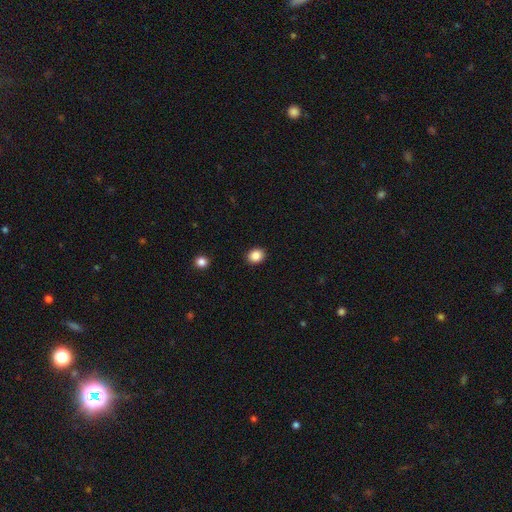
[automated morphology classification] Overall: smooth (87%). How rounded: round (61%; in between 38%). Merging: none (91%).